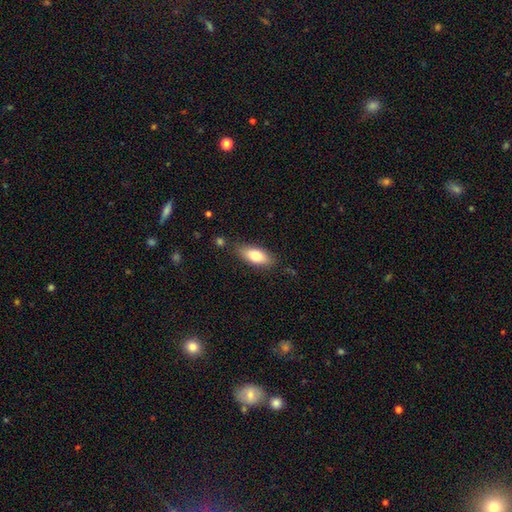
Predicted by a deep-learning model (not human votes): Morphology: type=smooth (77%); roundness=in between (81%); merging=none (80%).